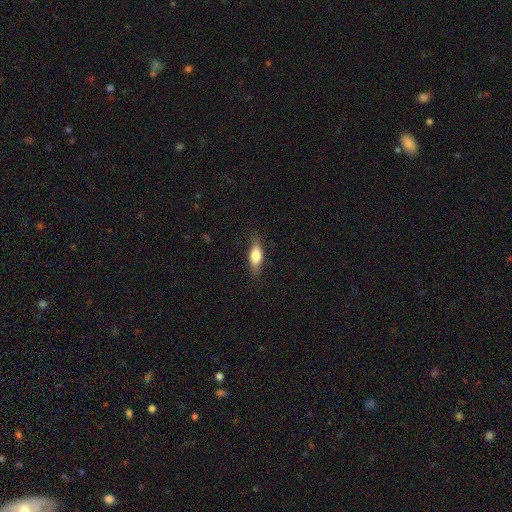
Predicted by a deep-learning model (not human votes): Smooth or featured: smooth — 70% (featured or disk — 23%)
How rounded: in between — 66% (cigar-shaped — 30%)
Merging: none — 80% (minor disturbance — 15%)